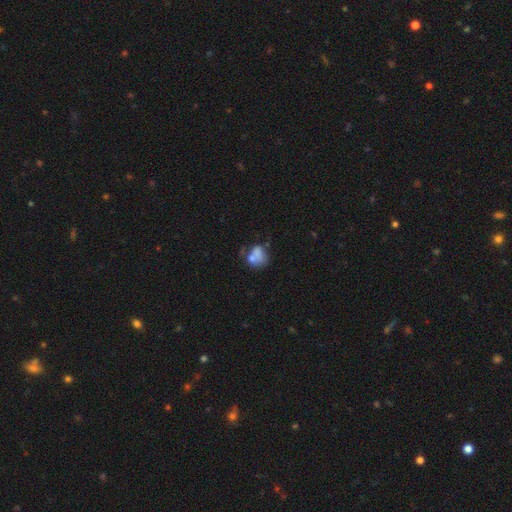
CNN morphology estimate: A smooth galaxy with no disk features (68%) that is round (55%). Merging: merger (35%).